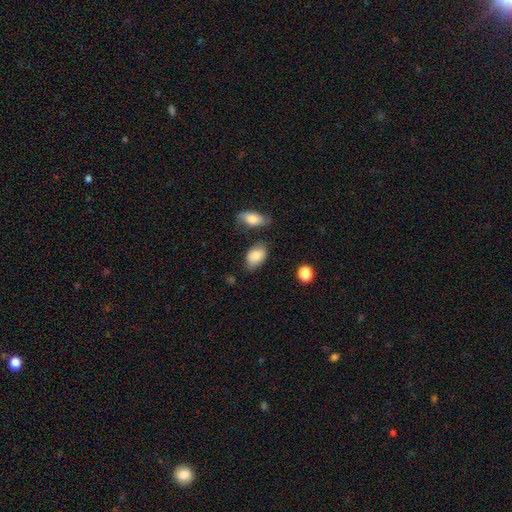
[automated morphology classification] Smooth or featured: smooth — 83% (featured or disk — 10%)
How rounded: in between — 90% (round — 9%)
Merging: none — 68% (minor disturbance — 22%)